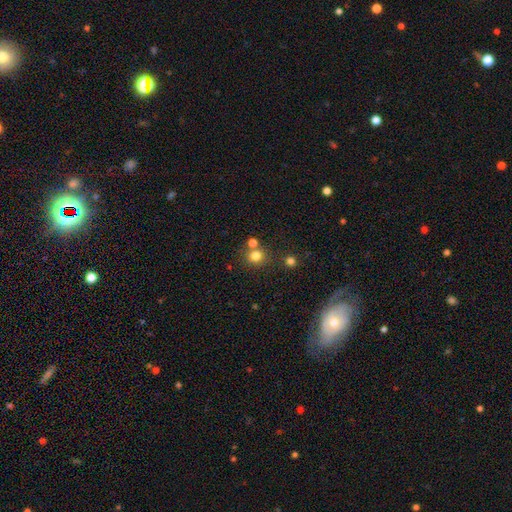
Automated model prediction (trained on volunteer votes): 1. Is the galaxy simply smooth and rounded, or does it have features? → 78% smooth, 15% star or artifact, 7% featured or disk.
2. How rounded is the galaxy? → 88% round, 11% in between, 1% cigar-shaped.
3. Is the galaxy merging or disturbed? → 69% none, 19% merger, 8% minor disturbance, 3% major disturbance.